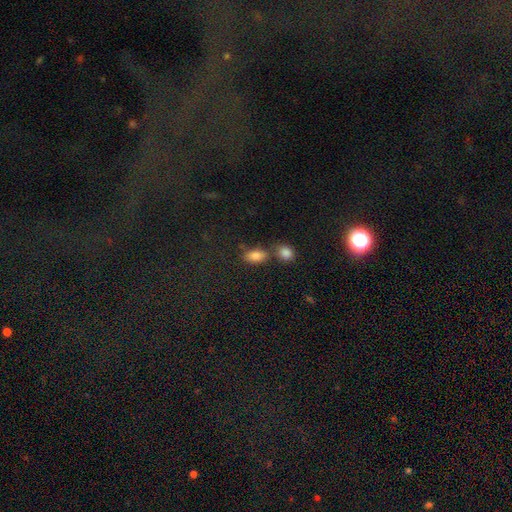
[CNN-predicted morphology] Smooth or featured? Predicted: smooth (p=0.83). How rounded? Predicted: in between (p=0.88). Merging? Predicted: none (p=0.52).